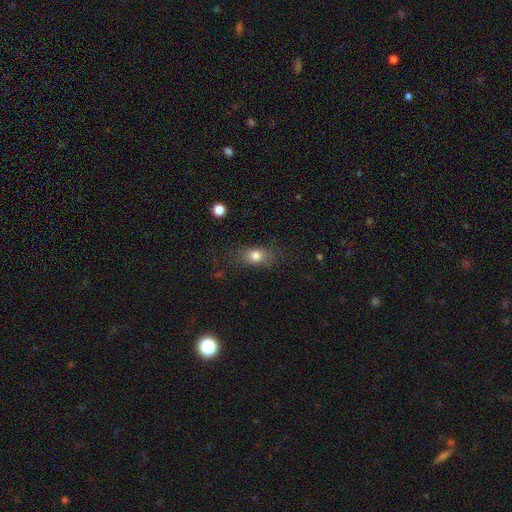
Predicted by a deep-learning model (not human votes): A smooth galaxy with no disk features (78%) that is in between round and cigar-shaped (64%).

Vote fractions:
- Smooth or featured? smooth: 78% / star or artifact: 11% / featured or disk: 10%
- How rounded? in between: 64% / round: 31% / cigar-shaped: 5%
- Merging? none: 69% / minor disturbance: 19% / major disturbance: 10% / merger: 2%